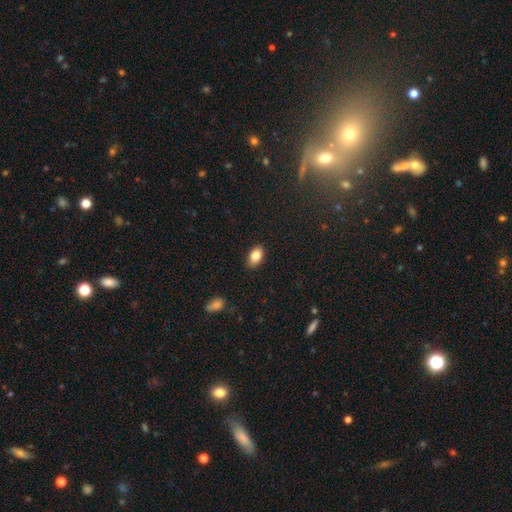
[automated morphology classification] This appears to be a smooth galaxy with no disk features (85%) that is in between round and cigar-shaped (91%). Merging: none (85%).